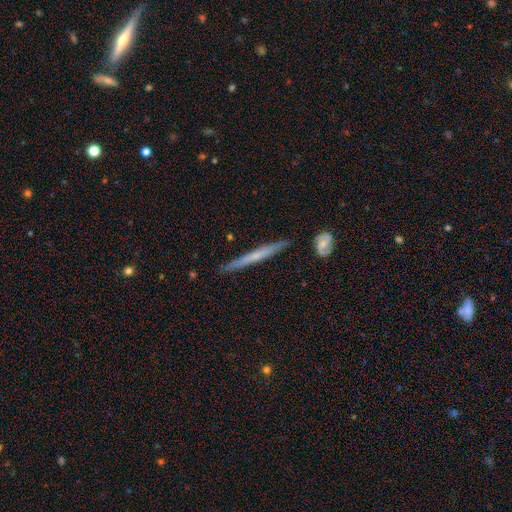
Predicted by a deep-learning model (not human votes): This appears to be a featured or disk galaxy (53%) viewed edge-on (96%) with no central bulge (75%). Merging: none (88%).